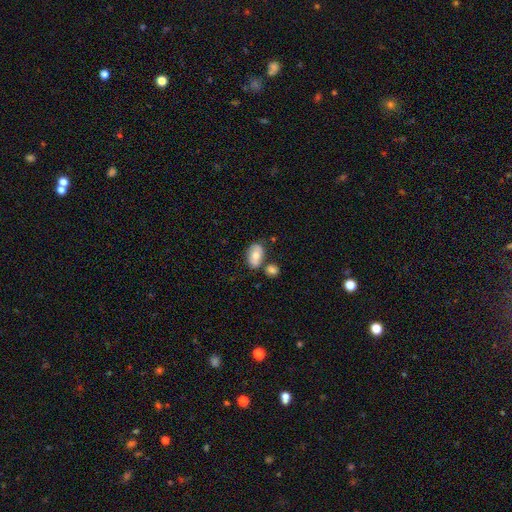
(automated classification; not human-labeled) Smooth or featured? Predicted: smooth (p=0.66). How rounded? Predicted: in between (p=0.89). Merging? Predicted: none (p=0.59).